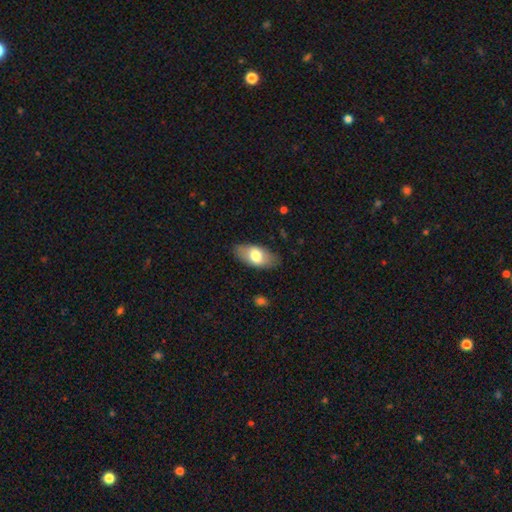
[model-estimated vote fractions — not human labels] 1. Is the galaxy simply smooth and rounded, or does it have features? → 68% smooth, 26% featured or disk, 6% star or artifact.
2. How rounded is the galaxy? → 92% in between, 5% cigar-shaped, 3% round.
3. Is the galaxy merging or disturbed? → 83% none, 13% minor disturbance, 3% major disturbance, 1% merger.